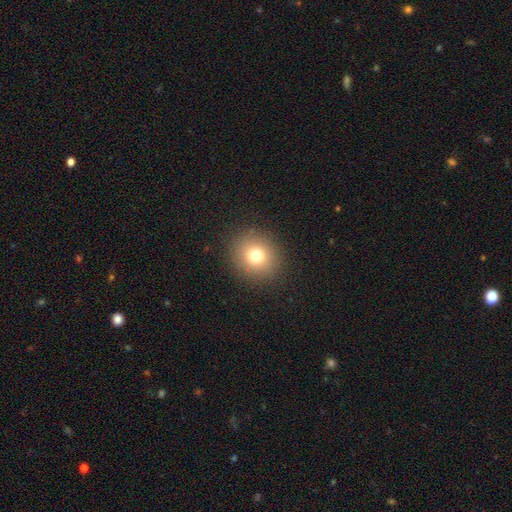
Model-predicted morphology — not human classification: Smooth or featured?
  - smooth: 76% *
  - star or artifact: 13%
  - featured or disk: 10%
How rounded?
  - round: 83% *
  - in between: 16%
  - cigar-shaped: 1%
Merging?
  - none: 89% *
  - minor disturbance: 7%
  - major disturbance: 3%
  - merger: 1%